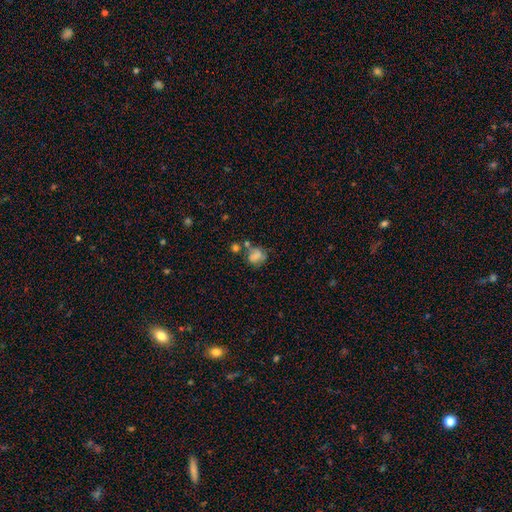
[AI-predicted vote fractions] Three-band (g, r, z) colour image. It shows a smooth galaxy with no disk features (65%) that is round (53%). Merging: none (41%).